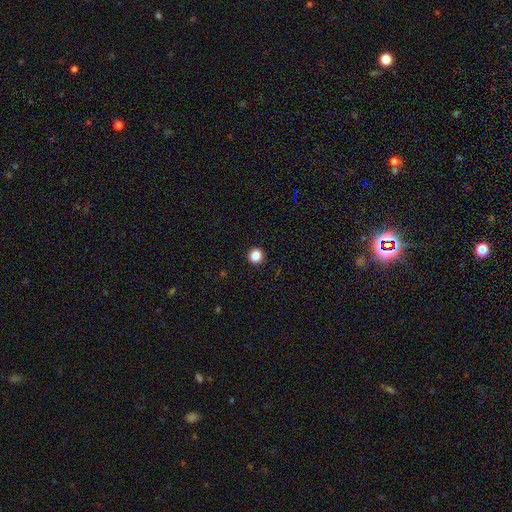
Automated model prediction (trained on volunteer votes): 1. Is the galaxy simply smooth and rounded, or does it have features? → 86% smooth, 11% star or artifact, 3% featured or disk.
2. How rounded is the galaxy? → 93% round, 6% in between, 1% cigar-shaped.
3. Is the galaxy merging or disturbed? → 93% none, 4% minor disturbance, 2% major disturbance, 1% merger.